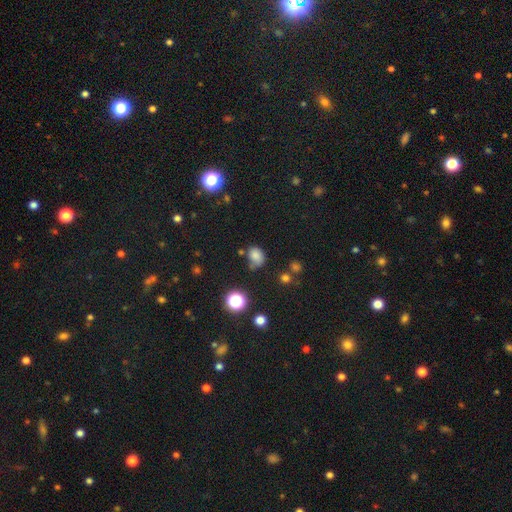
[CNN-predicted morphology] This appears to be a smooth galaxy with no disk features (76%) that is in between round and cigar-shaped (55%). Merging: none (53%).